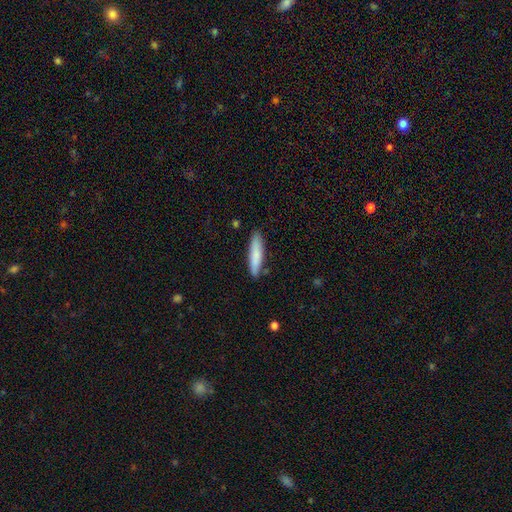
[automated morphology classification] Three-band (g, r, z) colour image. It shows a smooth galaxy with no disk features (80%) that is cigar-shaped (82%). Merging: none (83%).